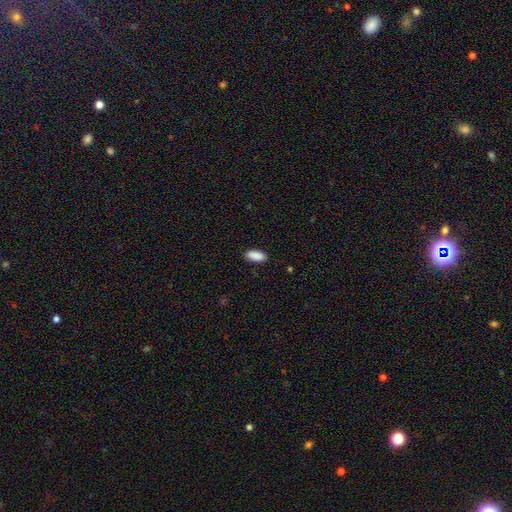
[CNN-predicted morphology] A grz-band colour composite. It shows a smooth galaxy with no disk features (90%) that is in between round and cigar-shaped (83%). Merging: none (87%).